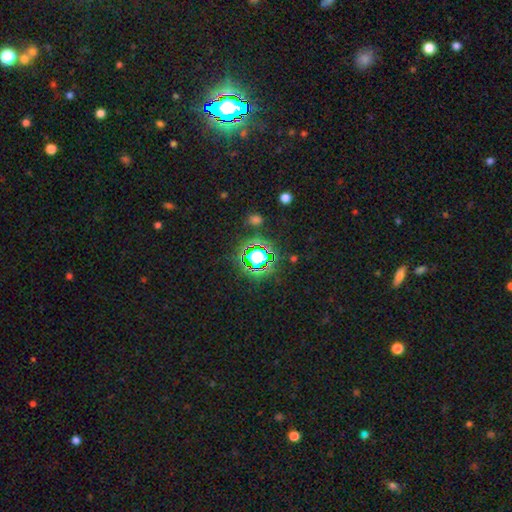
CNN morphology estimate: Smooth or featured? star or artifact (82%)